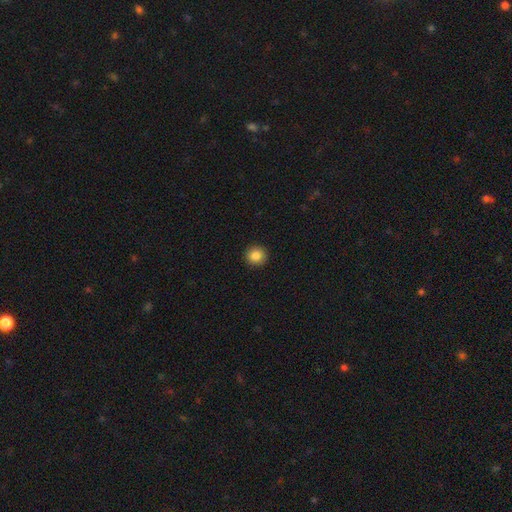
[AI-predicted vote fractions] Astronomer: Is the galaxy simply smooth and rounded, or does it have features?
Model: smooth — 85%.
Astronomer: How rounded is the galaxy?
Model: round — 92%.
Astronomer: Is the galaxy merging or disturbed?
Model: none — 93%.